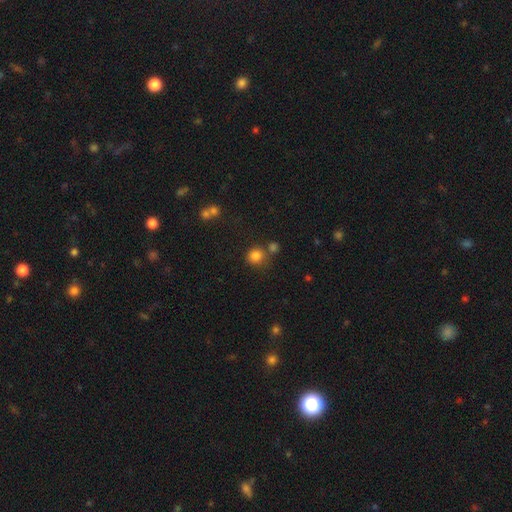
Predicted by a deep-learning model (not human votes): smooth_or_featured: smooth (p=0.81) [alt: star or artifact p=0.13]
how_rounded: round (p=0.89) [alt: in between p=0.10]
merging: none (p=0.70) [alt: merger p=0.16]